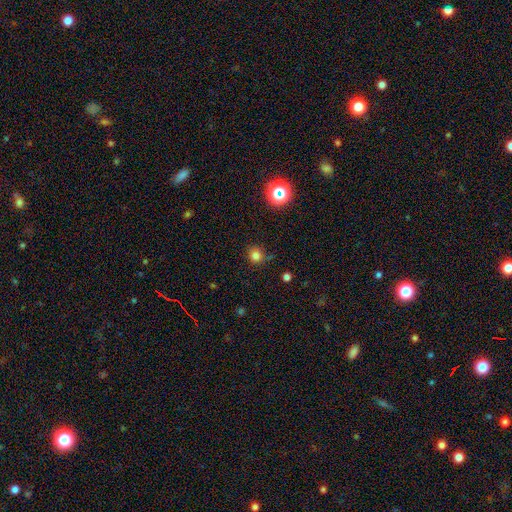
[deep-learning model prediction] Smooth or featured: smooth — 78% (star or artifact — 17%)
How rounded: round — 88% (in between — 12%)
Merging: none — 74% (minor disturbance — 18%)